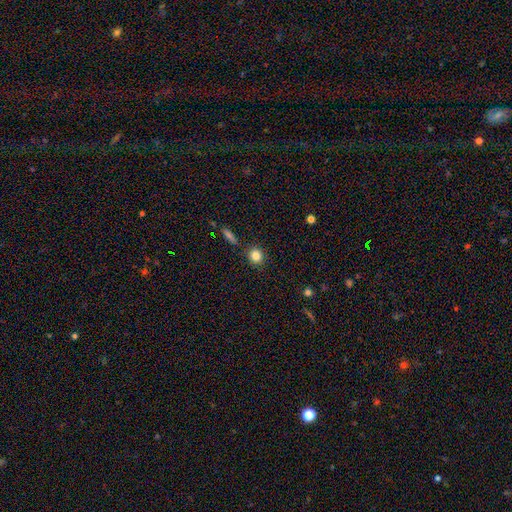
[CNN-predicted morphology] Smooth or featured?
  - smooth: 84% *
  - star or artifact: 10%
  - featured or disk: 6%
How rounded?
  - round: 85% *
  - in between: 14%
  - cigar-shaped: 1%
Merging?
  - none: 87% *
  - minor disturbance: 8%
  - merger: 3%
  - major disturbance: 2%